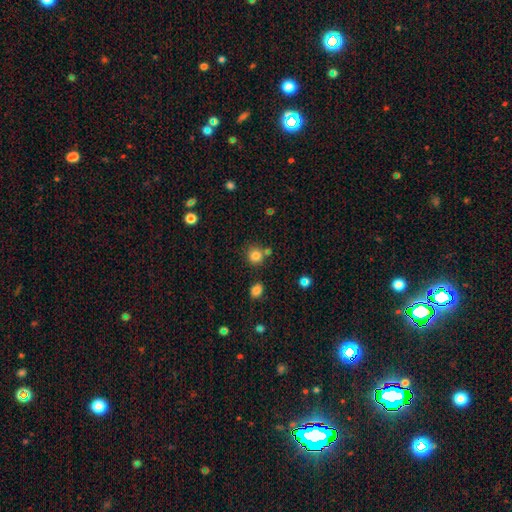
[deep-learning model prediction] Smooth or featured: smooth — 80% (star or artifact — 14%)
How rounded: round — 90% (in between — 9%)
Merging: none — 77% (minor disturbance — 10%)